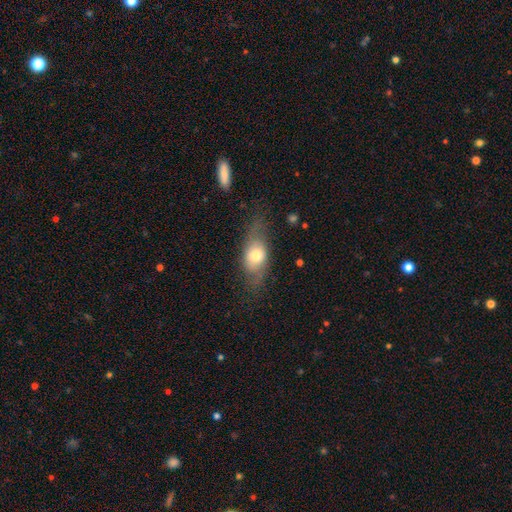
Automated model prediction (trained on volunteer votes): Smooth or featured: smooth — 58% (featured or disk — 33%)
How rounded: in between — 71% (round — 17%)
Merging: none — 61% (minor disturbance — 24%)